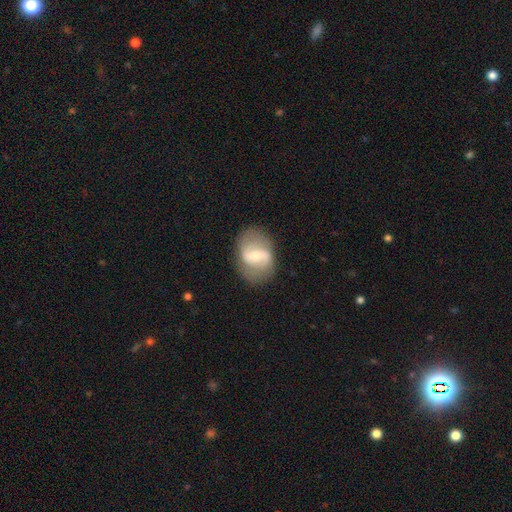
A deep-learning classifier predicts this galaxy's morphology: smooth-or-featured: featured or disk: 71% | smooth: 23% | star or artifact: 6%
  disk-edge-on: no: 97% | yes: 3%
    bar: weak: 51% | strong: 27% | no: 22%
    has-spiral-arms: yes: 84% | no: 16%
      spiral-winding: loose: 49% | medium: 39% | tight: 12%
      spiral-arm-count: 2: 87% | can't tell: 7% | 1: 3% | 3: 1% | 4: 1% | more than 4: 1%
    bulge-size: small: 47% | moderate: 45% | large: 4% | none: 3% | dominant: 1%
  merging: none: 76% | minor disturbance: 15% | major disturbance: 7% | merger: 1%